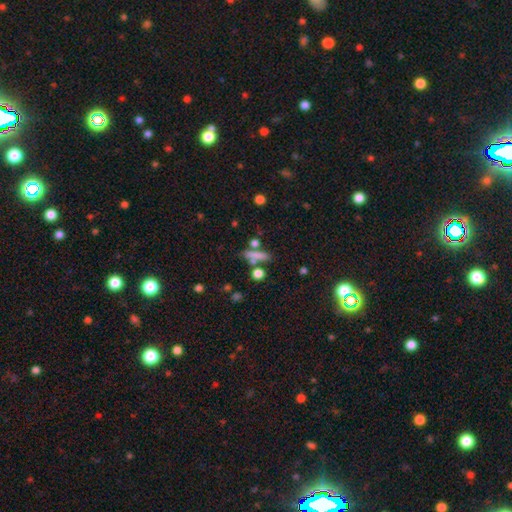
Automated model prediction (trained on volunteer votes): Smooth or featured: smooth — 71% (featured or disk — 17%)
How rounded: cigar-shaped — 71% (in between — 19%)
Merging: none — 66% (merger — 17%)